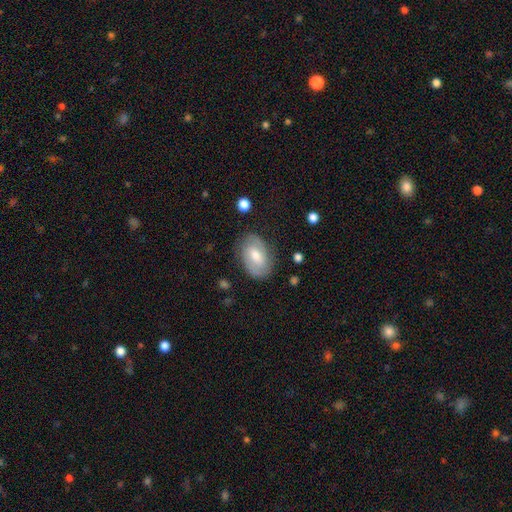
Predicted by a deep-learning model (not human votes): Smooth or featured? featured or disk (48%)
Merging? none (78%)